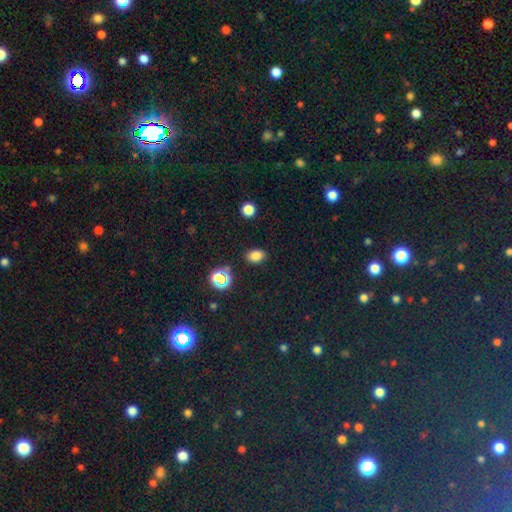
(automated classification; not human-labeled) smooth_or_featured: smooth (p=0.80) [alt: star or artifact p=0.16]
how_rounded: in between (p=0.78) [alt: round p=0.21]
merging: none (p=0.86) [alt: minor disturbance p=0.09]